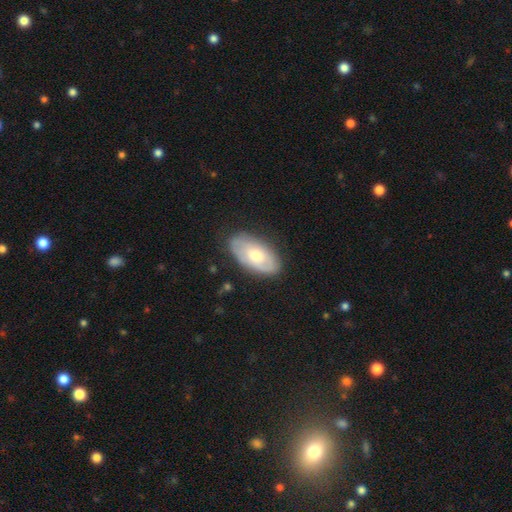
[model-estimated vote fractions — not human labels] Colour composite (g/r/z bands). It shows a smooth galaxy with no disk features (56%) that is in between round and cigar-shaped (94%). Merging: none (78%).